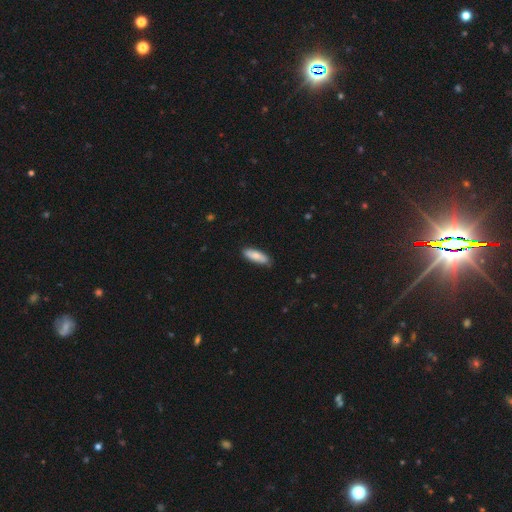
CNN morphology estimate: Smooth or featured: smooth — 80% (featured or disk — 14%)
How rounded: in between — 56% (cigar-shaped — 42%)
Merging: none — 81% (minor disturbance — 16%)